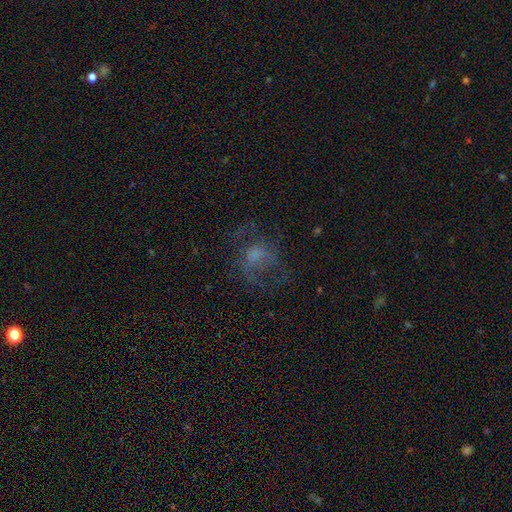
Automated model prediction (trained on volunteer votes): Smooth or featured?
  - featured or disk: 47% *
  - smooth: 34%
  - star or artifact: 20%
Merging?
  - none: 43% *
  - major disturbance: 38%
  - minor disturbance: 17%
  - merger: 2%